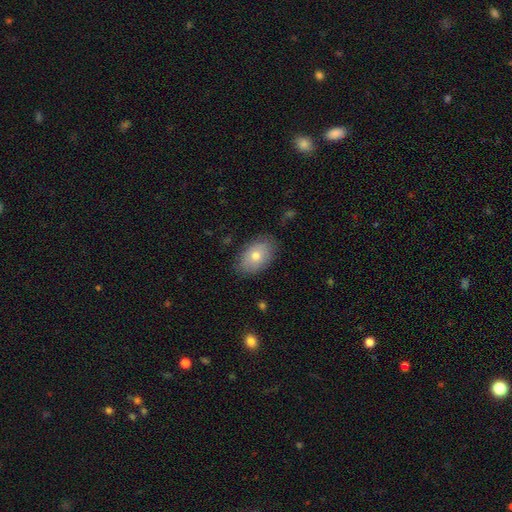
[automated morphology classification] Q: Smooth or featured?
A: smooth (71%); runner-up: featured or disk (21%)
Q: How rounded?
A: in between (88%); runner-up: round (11%)
Q: Merging?
A: none (81%); runner-up: minor disturbance (14%)